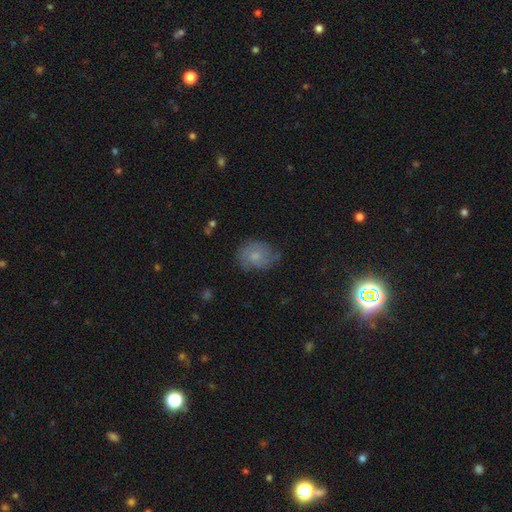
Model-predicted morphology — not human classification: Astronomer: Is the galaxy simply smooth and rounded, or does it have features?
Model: smooth — 55% (runner-up: featured or disk, 35%).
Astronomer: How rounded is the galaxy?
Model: in between — 57% (runner-up: round, 42%).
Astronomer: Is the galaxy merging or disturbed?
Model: none — 59%.